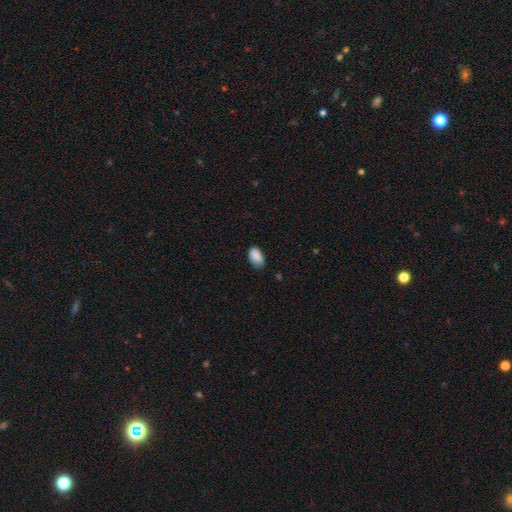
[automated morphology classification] This is clearly a smooth galaxy (87%). How rounded: clearly in between (90%). Merging: likely none (64%).